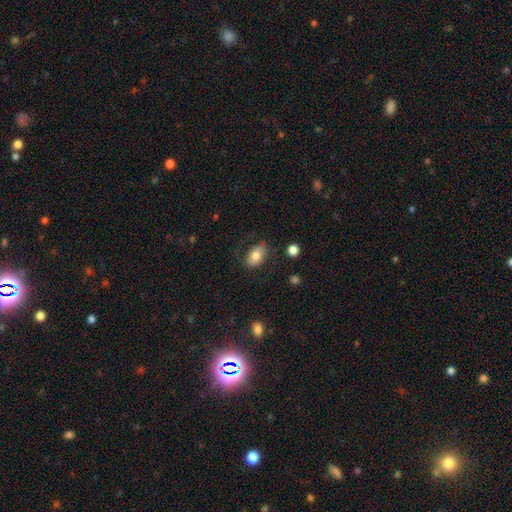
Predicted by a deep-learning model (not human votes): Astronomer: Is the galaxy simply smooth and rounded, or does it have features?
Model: smooth — 76%.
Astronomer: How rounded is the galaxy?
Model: in between — 88%.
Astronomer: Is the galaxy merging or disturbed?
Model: none — 70%.